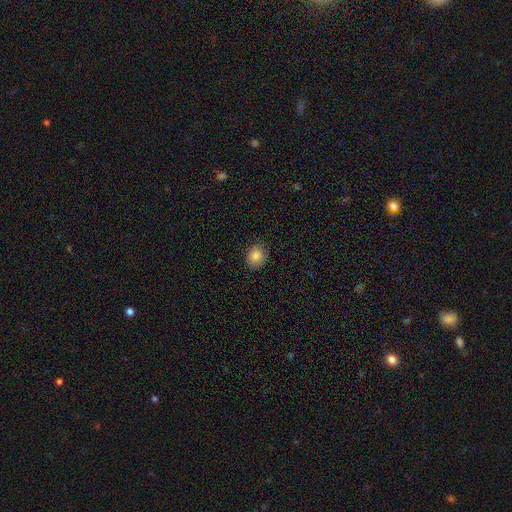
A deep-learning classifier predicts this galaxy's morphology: Q: Smooth or featured?
A: smooth (85%); runner-up: star or artifact (9%)
Q: How rounded?
A: round (56%); runner-up: in between (44%)
Q: Merging?
A: none (85%); runner-up: minor disturbance (11%)